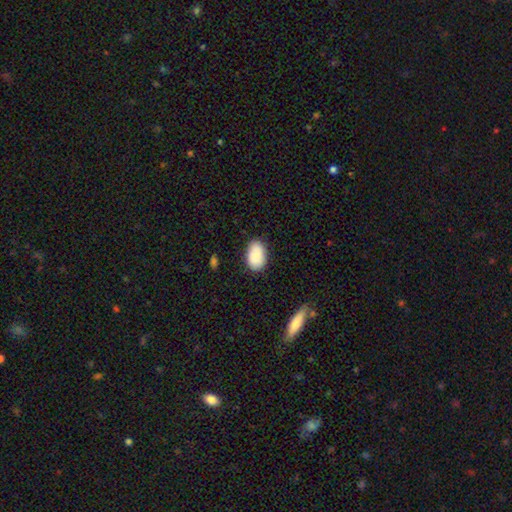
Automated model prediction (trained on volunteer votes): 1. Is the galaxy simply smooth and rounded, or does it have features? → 87% smooth, 7% star or artifact, 6% featured or disk.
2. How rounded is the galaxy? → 91% in between, 8% round, 1% cigar-shaped.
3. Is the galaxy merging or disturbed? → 82% none, 14% minor disturbance, 3% major disturbance, 1% merger.